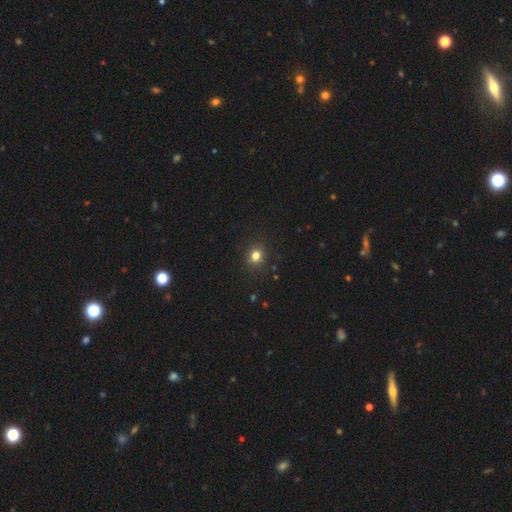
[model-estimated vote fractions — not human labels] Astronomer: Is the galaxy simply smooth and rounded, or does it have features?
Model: smooth — 80%.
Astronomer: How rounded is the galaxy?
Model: round — 79%.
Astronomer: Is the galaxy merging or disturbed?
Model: none — 90%.